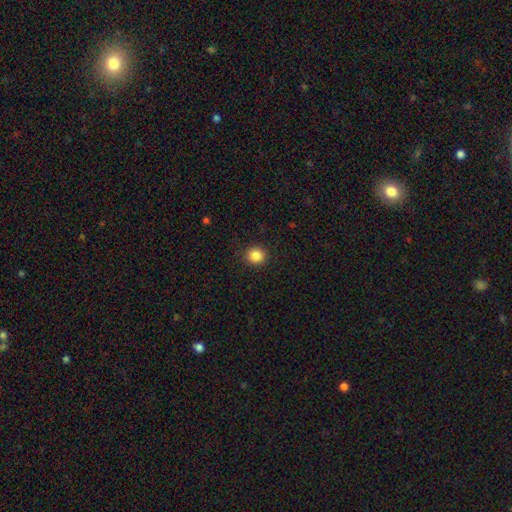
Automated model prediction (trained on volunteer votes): smooth_or_featured: smooth (p=0.85) [alt: star or artifact p=0.11]
how_rounded: round (p=0.87) [alt: in between p=0.12]
merging: none (p=0.91) [alt: minor disturbance p=0.06]